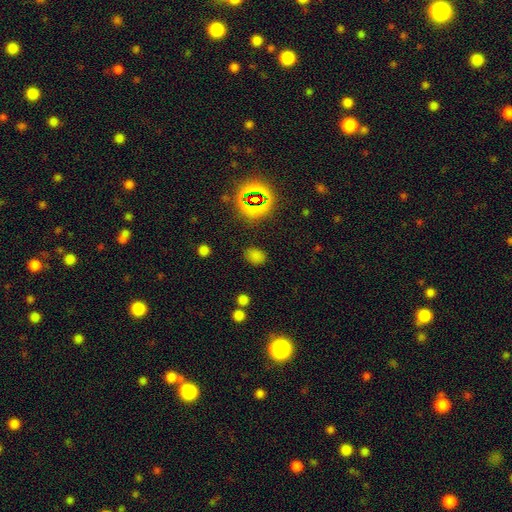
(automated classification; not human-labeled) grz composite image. It shows a smooth galaxy with no disk features (67%) that is in between round and cigar-shaped (66%). Merging: none (81%).